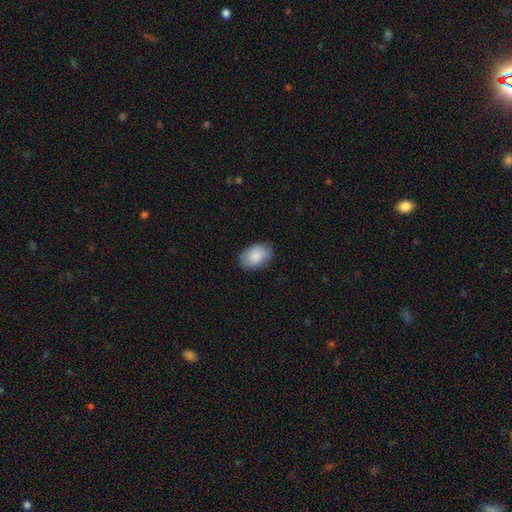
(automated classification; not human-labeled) A smooth galaxy with no disk features (88%) that is in between round and cigar-shaped (90%). Merging: none (85%).